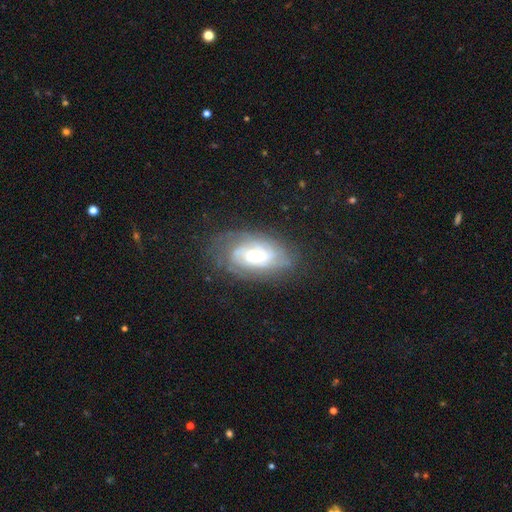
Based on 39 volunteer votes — Volunteers were most divided on "bulge size": small: 52%, moderate: 45%, large: 3%, dominant: 0%, none: 0%. More confident: spiral arms — yes (97%); edge-on disk — no (91%); smooth or featured — featured or disk (87%); merging — none (78%); bar — no (65%); spiral winding — tight (63%); spiral arm count — can't tell (57%).